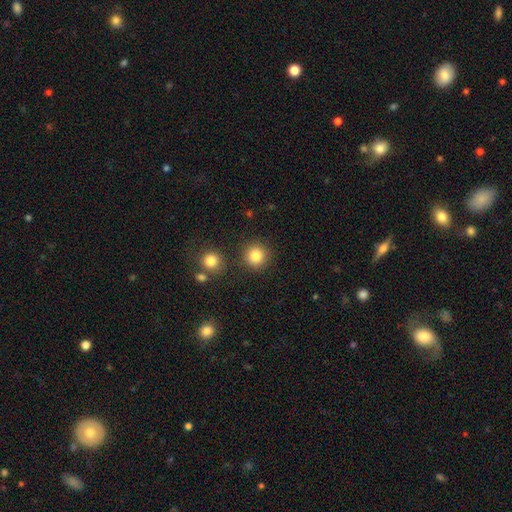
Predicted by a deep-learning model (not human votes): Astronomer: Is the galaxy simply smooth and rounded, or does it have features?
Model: smooth — 85%.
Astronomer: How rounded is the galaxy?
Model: round — 93%.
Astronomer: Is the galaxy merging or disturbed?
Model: none — 86%.